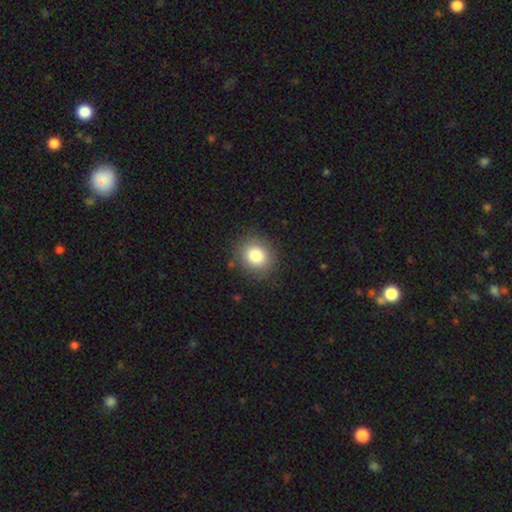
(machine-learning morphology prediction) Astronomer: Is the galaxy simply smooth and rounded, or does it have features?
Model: smooth — 82%.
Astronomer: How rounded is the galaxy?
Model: round — 82%.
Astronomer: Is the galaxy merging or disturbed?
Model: none — 87%.